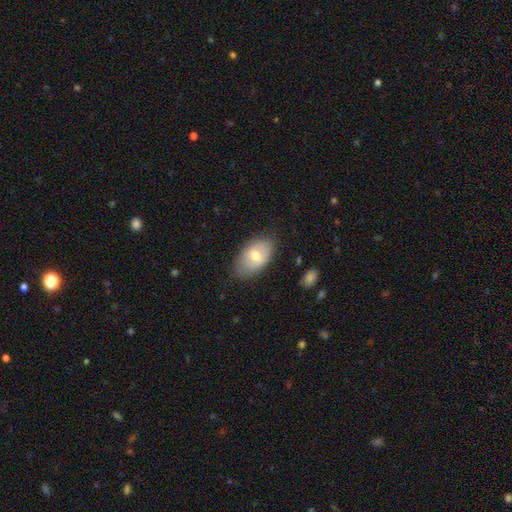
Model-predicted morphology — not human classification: Overall: smooth (68%). How rounded: in between (92%). Merging: none (74%).